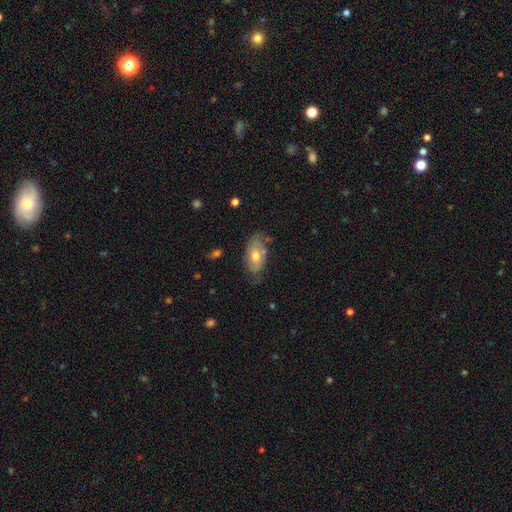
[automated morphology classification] Smooth or featured? smooth (59%)
How rounded? in between (91%)
Merging? none (59%)